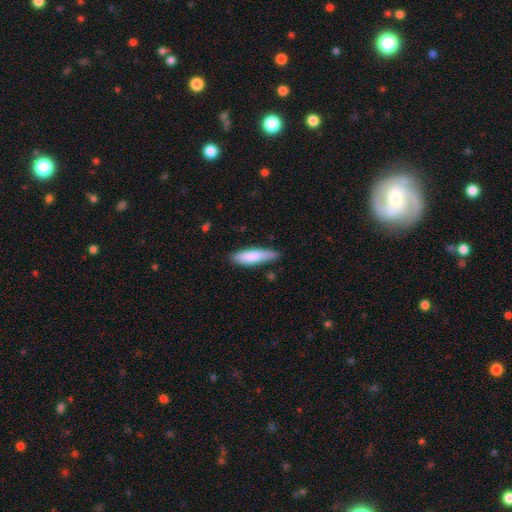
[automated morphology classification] This is clearly a smooth galaxy (82%). How rounded: likely cigar-shaped (67%). Merging: likely none (79%).